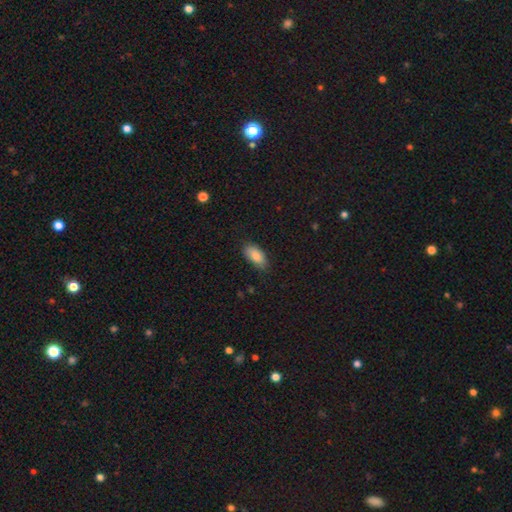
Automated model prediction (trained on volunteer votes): Overall: smooth (85%). How rounded: in between (92%). Merging: none (78%).